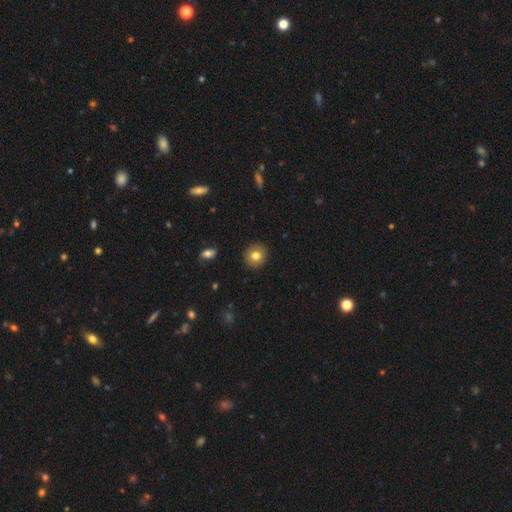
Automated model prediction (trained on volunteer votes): This is likely a smooth galaxy (80%). How rounded: clearly round (87%). Merging: clearly none (91%).